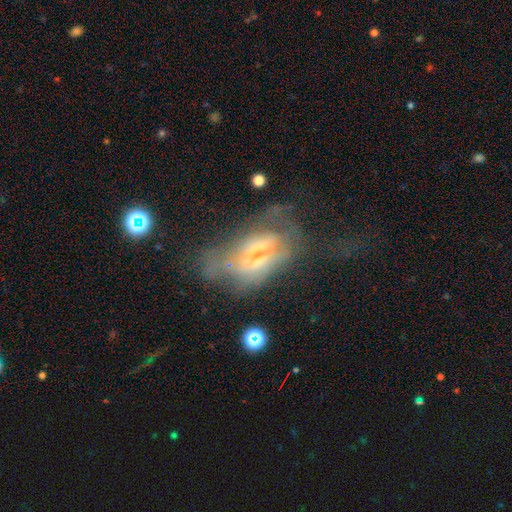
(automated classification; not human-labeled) Morphology: type=featured or disk (53%); edge-on=no (88%); merging=major disturbance (44%).